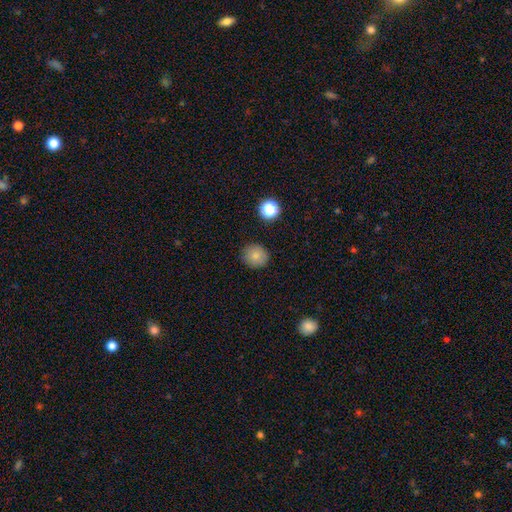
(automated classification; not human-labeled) A smooth galaxy with no disk features (82%) that is round (88%). Merging: none (88%).